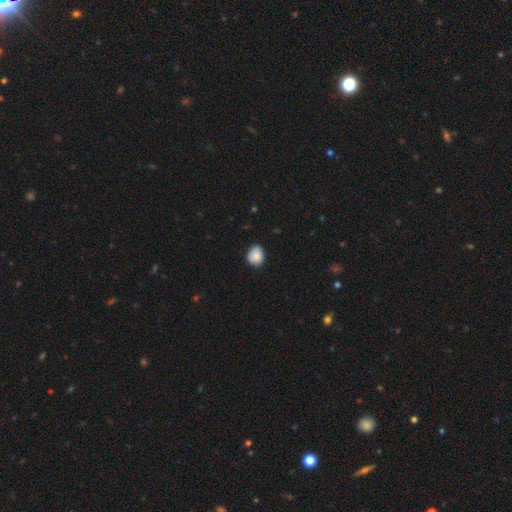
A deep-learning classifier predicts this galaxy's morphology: smooth_or_featured: smooth (p=0.82) [alt: featured or disk p=0.11]
how_rounded: round (p=0.57) [alt: in between p=0.42]
merging: none (p=0.72) [alt: minor disturbance p=0.24]